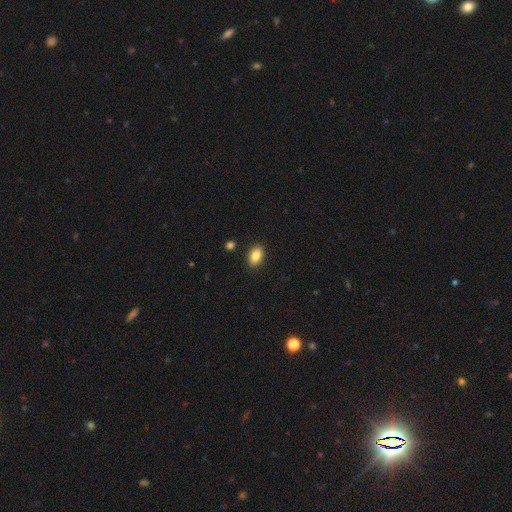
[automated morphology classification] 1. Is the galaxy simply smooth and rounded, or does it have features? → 84% smooth, 8% star or artifact, 8% featured or disk.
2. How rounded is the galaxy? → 88% in between, 10% round, 2% cigar-shaped.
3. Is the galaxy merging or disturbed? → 88% none, 8% minor disturbance, 2% major disturbance, 2% merger.